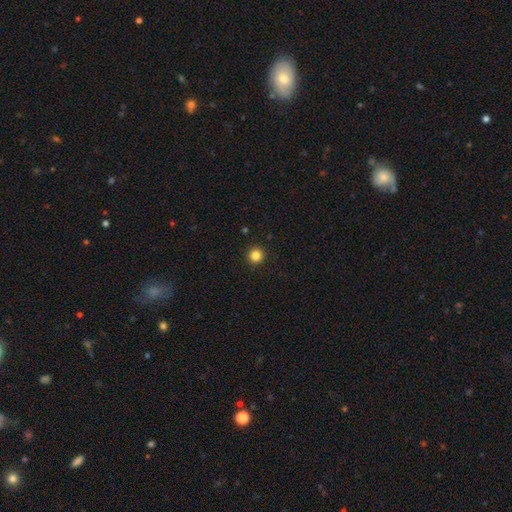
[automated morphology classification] A smooth galaxy with no disk features (85%) that is round (96%).

Vote fractions:
- Smooth or featured? smooth: 85% / star or artifact: 12% / featured or disk: 4%
- How rounded? round: 96% / in between: 3% / cigar-shaped: 1%
- Merging? none: 93% / minor disturbance: 4% / major disturbance: 1% / merger: 1%